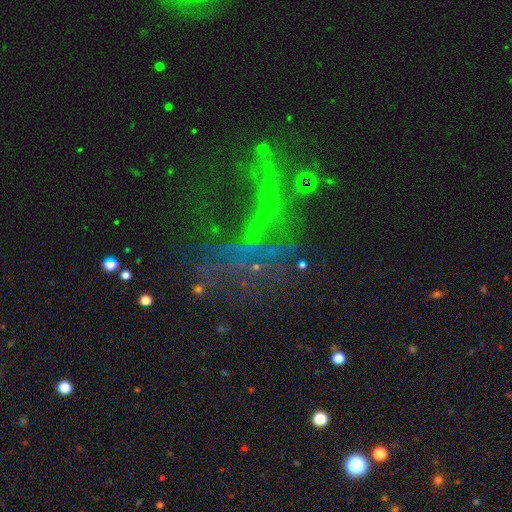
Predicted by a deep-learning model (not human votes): Smooth or featured?
  - star or artifact: 49% *
  - featured or disk: 35%
  - smooth: 16%